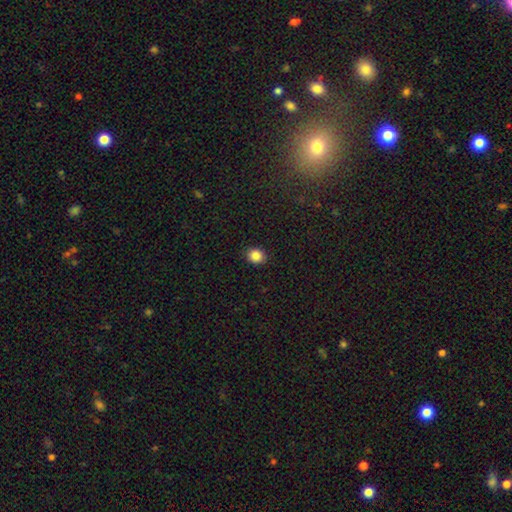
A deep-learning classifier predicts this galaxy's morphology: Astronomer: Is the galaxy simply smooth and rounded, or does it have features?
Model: smooth — 86%.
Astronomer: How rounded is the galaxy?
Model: round — 70%.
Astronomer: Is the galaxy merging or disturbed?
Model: none — 91%.